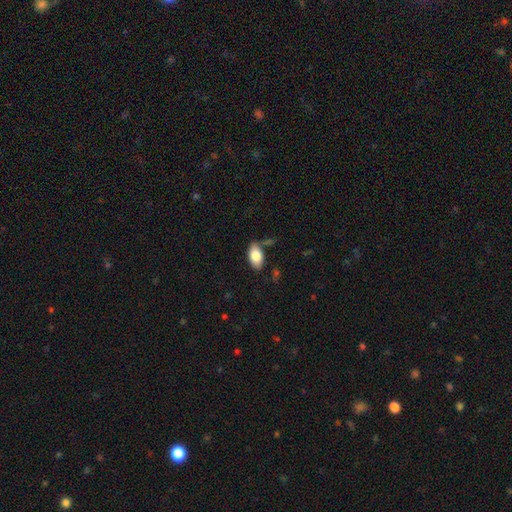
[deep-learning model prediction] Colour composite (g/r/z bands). It shows a smooth galaxy with no disk features (81%) that is in between round and cigar-shaped (94%). Merging: none (70%).